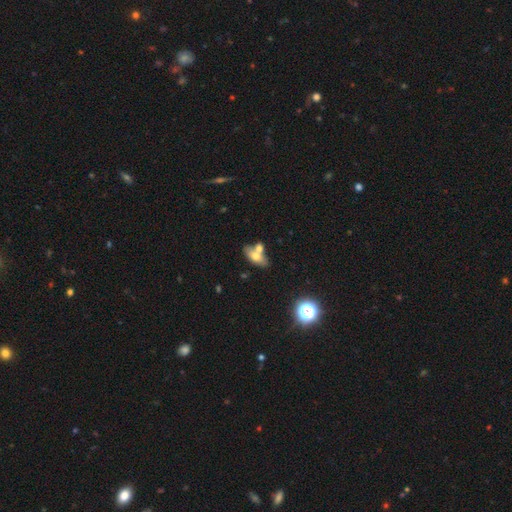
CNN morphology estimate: smooth 60%, featured or disk 30%, star or artifact 10%. Down the decision tree: how rounded — in between (80%); merging — none (47%).